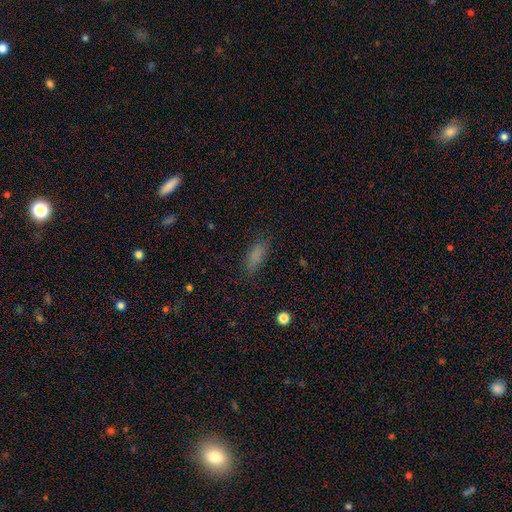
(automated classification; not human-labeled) The model was most divided on "how rounded": in between: 71%, cigar-shaped: 26%, round: 3%. More confident: smooth or featured — smooth (81%); merging — none (78%).